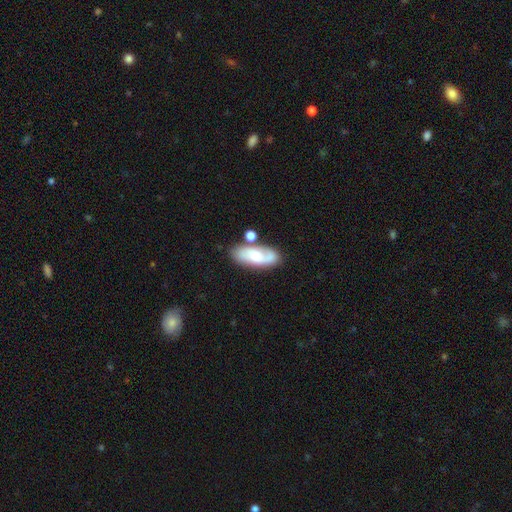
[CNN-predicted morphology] The model was most divided on "smooth or featured": featured or disk: 48%, smooth: 45%, star or artifact: 7%. More confident: merging — none (63%).